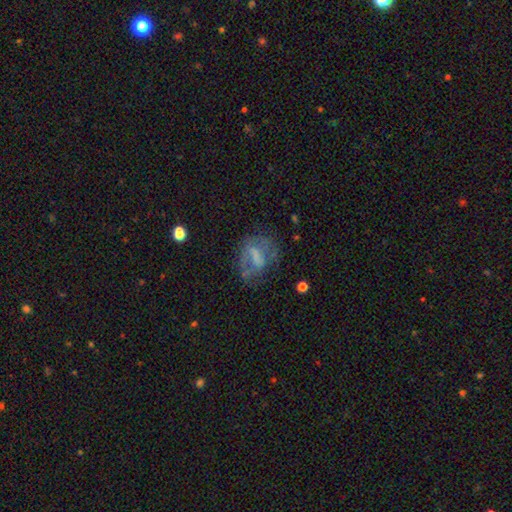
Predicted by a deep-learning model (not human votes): Smooth or featured? featured or disk (54%)
Edge-on disk? no (96%)
Bar? weak (37%)
Spiral arms? no (53%)
Bulge size? none (53%)
Merging? none (45%)